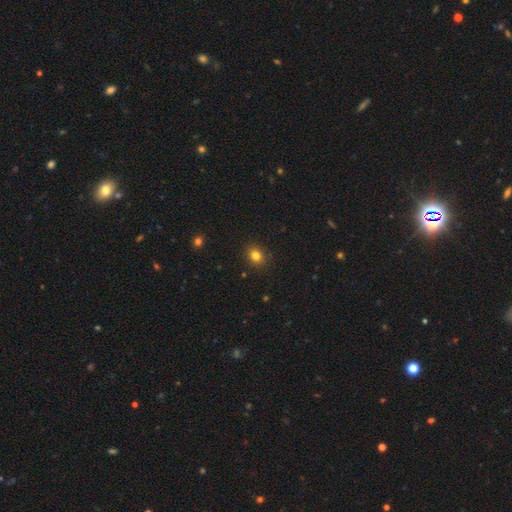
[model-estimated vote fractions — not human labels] smooth_or_featured: smooth (p=0.81) [alt: star or artifact p=0.13]
how_rounded: round (p=0.65) [alt: in between p=0.34]
merging: none (p=0.89) [alt: minor disturbance p=0.08]